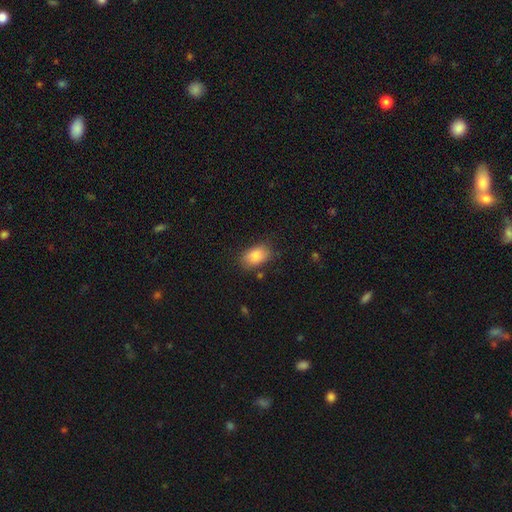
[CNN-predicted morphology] Q: Smooth or featured?
A: smooth (86%); runner-up: star or artifact (7%)
Q: How rounded?
A: in between (88%); runner-up: round (11%)
Q: Merging?
A: none (78%); runner-up: minor disturbance (16%)